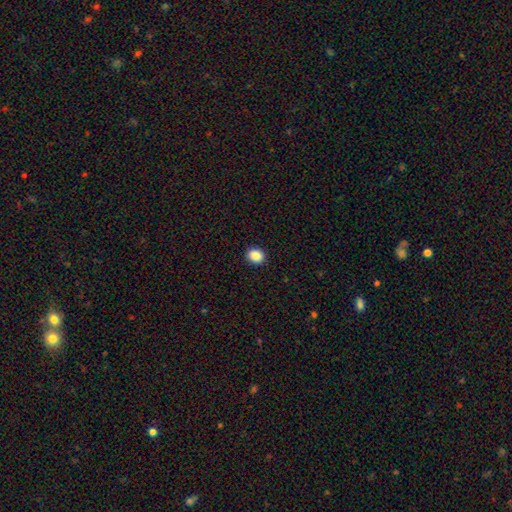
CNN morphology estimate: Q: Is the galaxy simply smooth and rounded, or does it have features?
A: smooth — 88%.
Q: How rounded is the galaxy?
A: round — 60%.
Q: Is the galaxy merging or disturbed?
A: none — 92%.